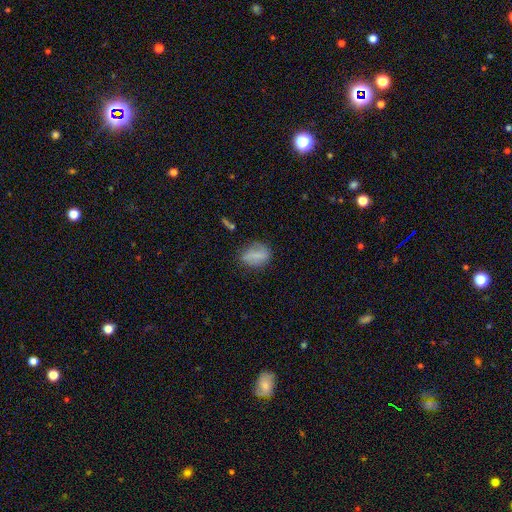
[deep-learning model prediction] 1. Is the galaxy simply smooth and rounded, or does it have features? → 69% smooth, 21% featured or disk, 9% star or artifact.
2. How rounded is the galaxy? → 73% in between, 21% round, 7% cigar-shaped.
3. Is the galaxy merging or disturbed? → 68% none, 22% minor disturbance, 7% major disturbance, 3% merger.